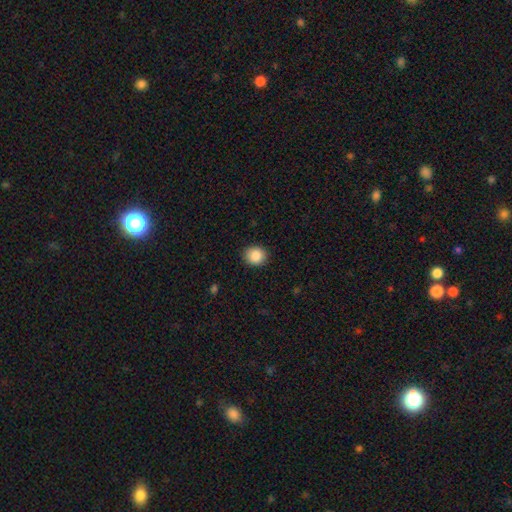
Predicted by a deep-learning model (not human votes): This is clearly a smooth galaxy (87%). How rounded: likely round (79%). Merging: clearly none (90%).